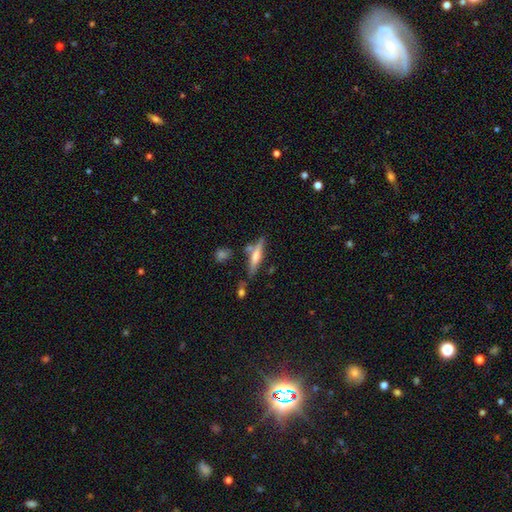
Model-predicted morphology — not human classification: The model was most divided on "smooth or featured": featured or disk: 59%, smooth: 33%, star or artifact: 8%. More confident: edge-on disk — yes (95%); edge-on bulge — rounded (81%); merging — none (69%).